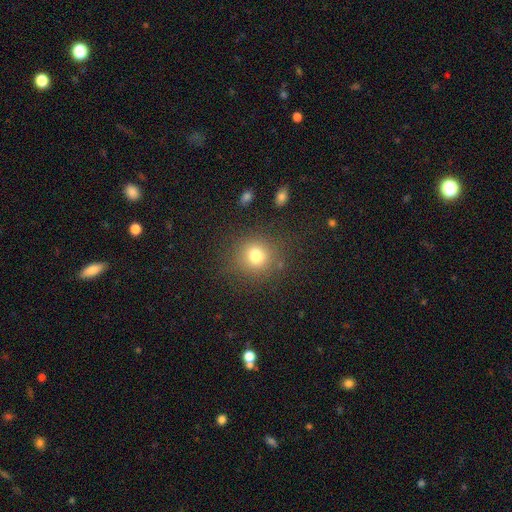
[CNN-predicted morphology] Smooth or featured? Predicted: smooth (p=0.75). How rounded? Predicted: round (p=0.88). Merging? Predicted: none (p=0.83).